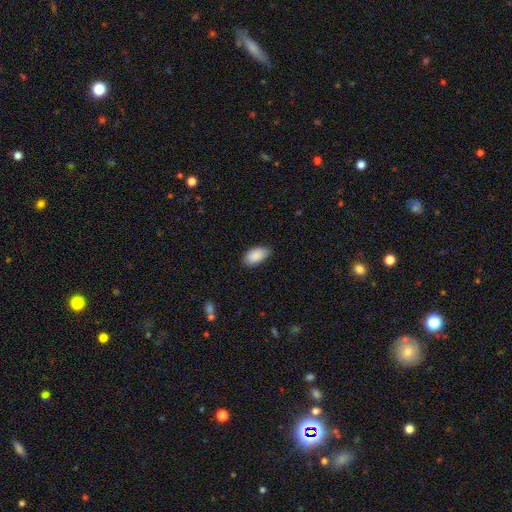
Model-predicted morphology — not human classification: The model was most divided on "merging": none: 80%, minor disturbance: 16%, major disturbance: 3%, merger: 1%. More confident: how rounded — in between (95%); smooth or featured — smooth (90%).